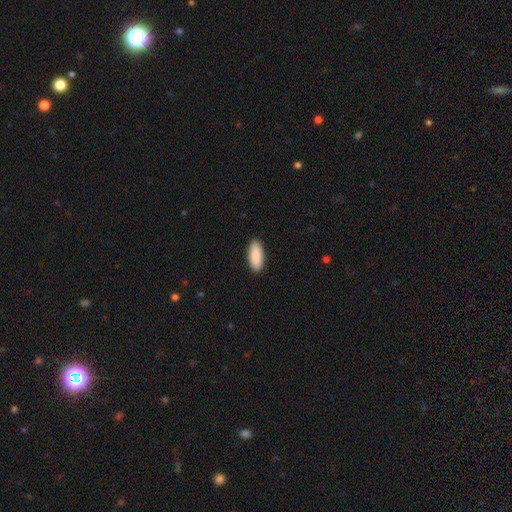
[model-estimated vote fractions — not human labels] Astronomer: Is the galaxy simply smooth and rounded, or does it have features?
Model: smooth — 90%.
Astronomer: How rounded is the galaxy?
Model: in between — 88%.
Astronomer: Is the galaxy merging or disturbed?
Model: none — 91%.